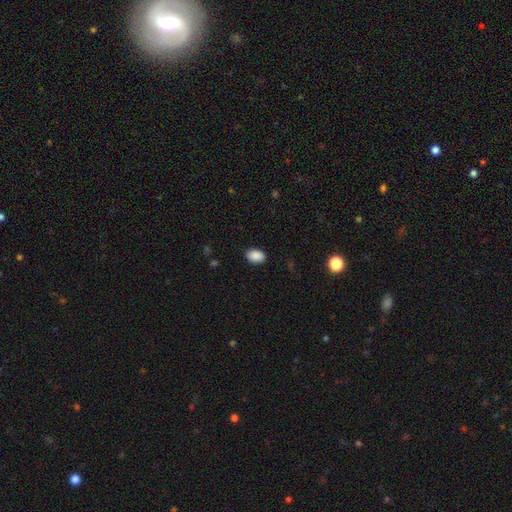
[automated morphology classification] This appears to be a smooth galaxy with no disk features (89%) that is in between round and cigar-shaped (85%). Merging: none (88%).